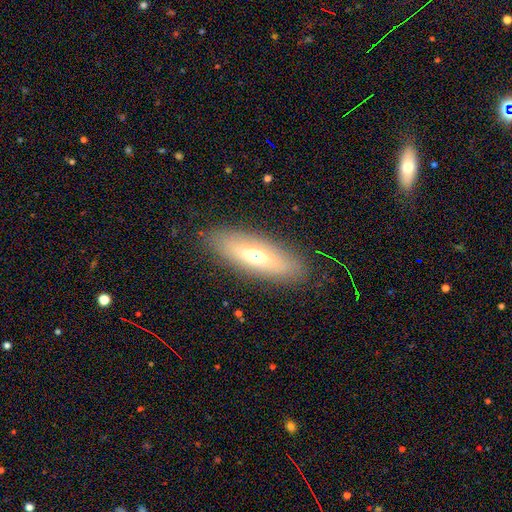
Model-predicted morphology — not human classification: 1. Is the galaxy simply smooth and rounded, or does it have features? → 53% smooth, 39% featured or disk, 9% star or artifact.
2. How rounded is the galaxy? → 53% in between, 44% cigar-shaped, 3% round.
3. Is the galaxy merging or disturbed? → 85% none, 10% minor disturbance, 4% major disturbance, 1% merger.